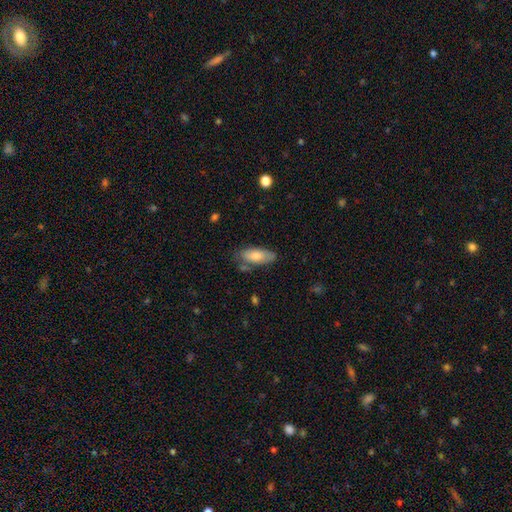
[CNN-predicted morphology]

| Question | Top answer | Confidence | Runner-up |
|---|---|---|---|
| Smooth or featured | smooth | 73% | featured or disk (20%) |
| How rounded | in between | 80% | cigar-shaped (18%) |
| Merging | none | 69% | minor disturbance (21%) |